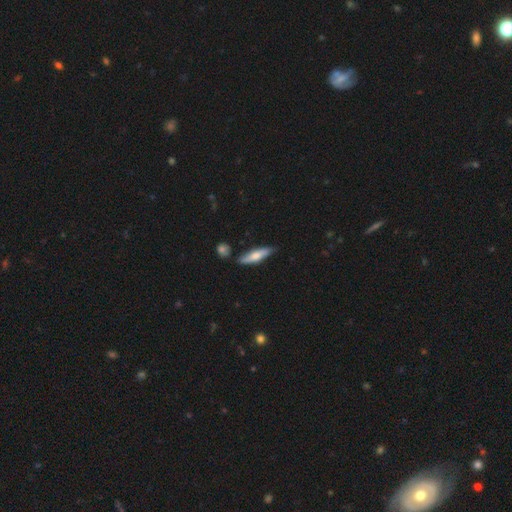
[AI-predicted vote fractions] This is likely a smooth galaxy (64%). How rounded: likely cigar-shaped (70%). Merging: likely none (76%).